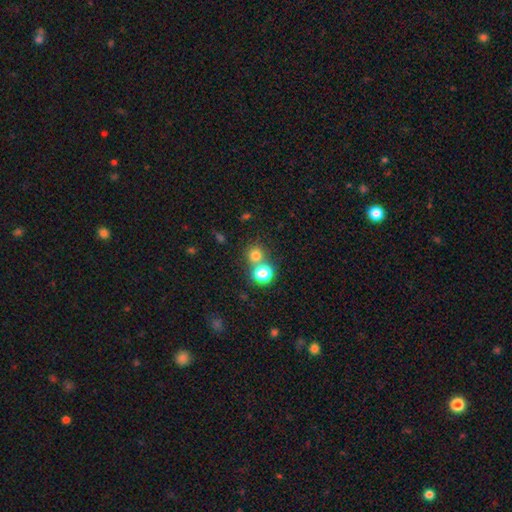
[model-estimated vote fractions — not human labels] smooth_or_featured: smooth (p=0.73) [alt: star or artifact p=0.19]
how_rounded: round (p=0.88) [alt: in between p=0.11]
merging: none (p=0.59) [alt: merger p=0.31]